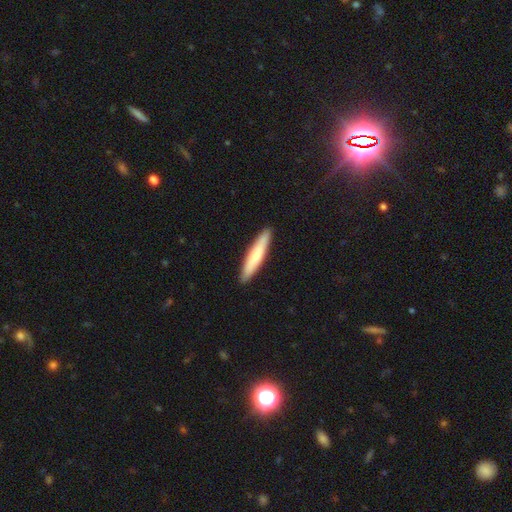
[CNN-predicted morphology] Q: Smooth or featured?
A: smooth (70%); runner-up: featured or disk (25%)
Q: How rounded?
A: cigar-shaped (90%); runner-up: in between (9%)
Q: Merging?
A: none (90%); runner-up: minor disturbance (7%)